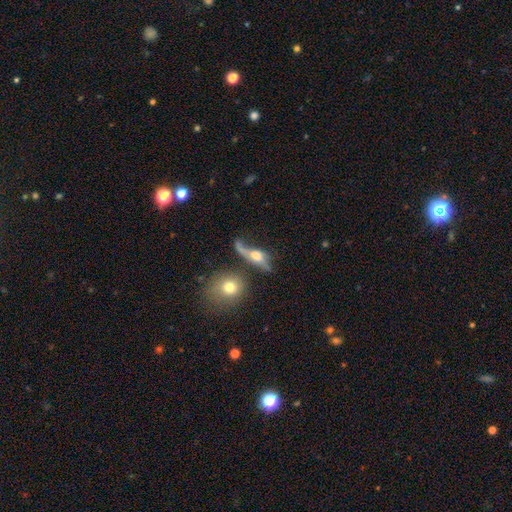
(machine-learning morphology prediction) This appears to be a featured or disk galaxy (45%, tied with smooth). Merging: major disturbance (32%).